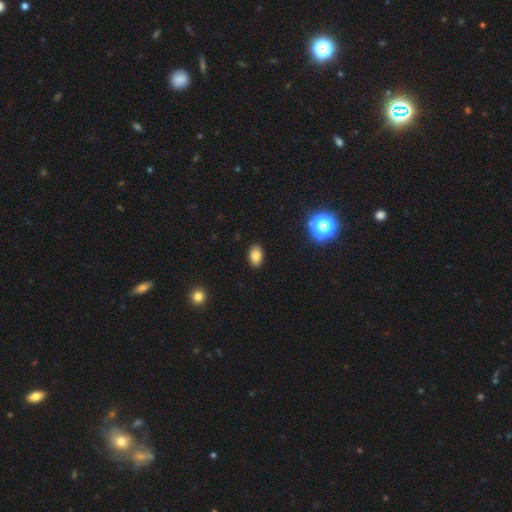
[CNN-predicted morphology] This appears to be a smooth galaxy with no disk features (81%) that is in between round and cigar-shaped (86%). Merging: none (90%).